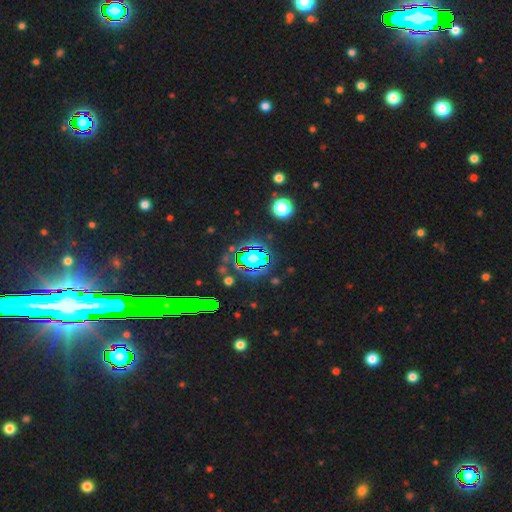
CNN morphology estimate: Smooth or featured? star or artifact (69%)